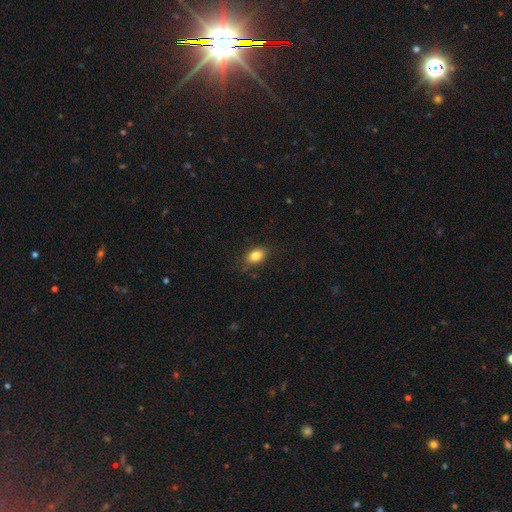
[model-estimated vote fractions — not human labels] Morphology: type=smooth (83%); roundness=in between (82%); merging=none (82%).